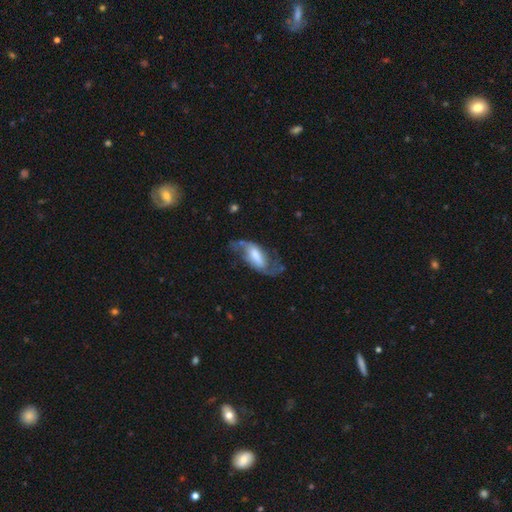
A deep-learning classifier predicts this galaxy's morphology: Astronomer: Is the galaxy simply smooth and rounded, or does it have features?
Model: featured or disk — 73%.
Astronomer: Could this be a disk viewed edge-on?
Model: no — 93%.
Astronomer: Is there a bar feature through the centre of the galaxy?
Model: weak — 40% (runner-up: strong, 38%).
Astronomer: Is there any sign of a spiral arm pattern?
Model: yes — 90%.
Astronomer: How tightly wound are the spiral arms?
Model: loose — 65%.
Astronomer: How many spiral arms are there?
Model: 2 — 88%.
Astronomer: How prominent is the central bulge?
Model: large — 28%, tied with moderate at 28%.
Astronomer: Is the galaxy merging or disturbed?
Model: none — 53%.